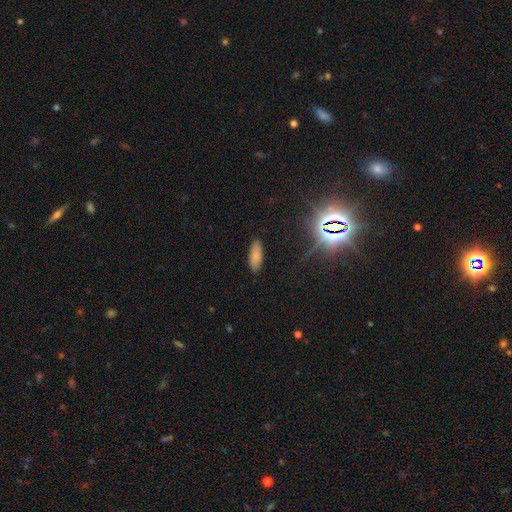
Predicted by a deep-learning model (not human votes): Smooth or featured: smooth — 82% (star or artifact — 11%)
How rounded: in between — 73% (cigar-shaped — 25%)
Merging: none — 87% (minor disturbance — 10%)